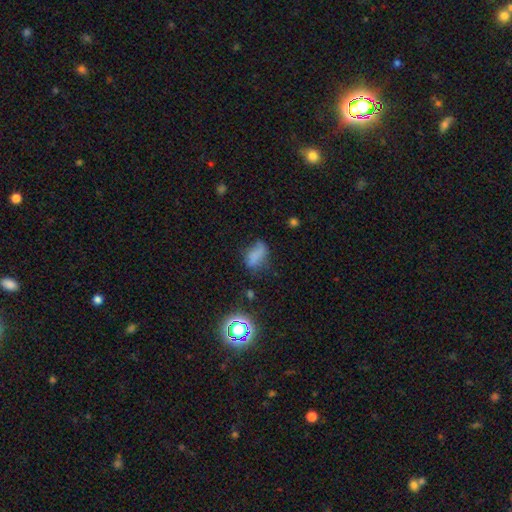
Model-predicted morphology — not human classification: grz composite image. It shows a smooth galaxy with no disk features (69%) that is in between round and cigar-shaped (86%). Merging: none (45%).